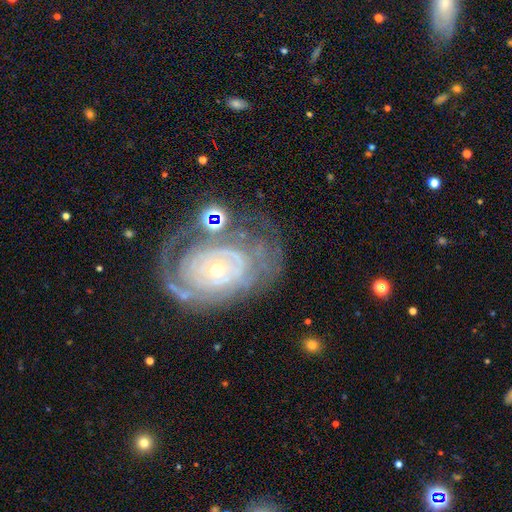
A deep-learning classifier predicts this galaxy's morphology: Smooth or featured? featured or disk (82%)
Edge-on disk? no (96%)
Bar? no (79%)
Spiral arms? yes (85%)
Spiral winding? tight (75%)
Spiral arm count? can't tell (45%)
Bulge size? small (71%)
Merging? none (54%)